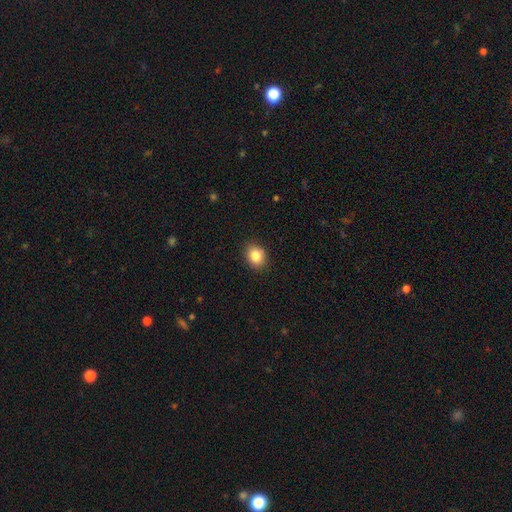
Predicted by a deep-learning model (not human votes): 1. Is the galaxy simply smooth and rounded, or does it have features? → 84% smooth, 10% star or artifact, 6% featured or disk.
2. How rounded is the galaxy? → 58% round, 41% in between, 1% cigar-shaped.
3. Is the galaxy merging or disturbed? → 90% none, 7% minor disturbance, 2% major disturbance, 1% merger.